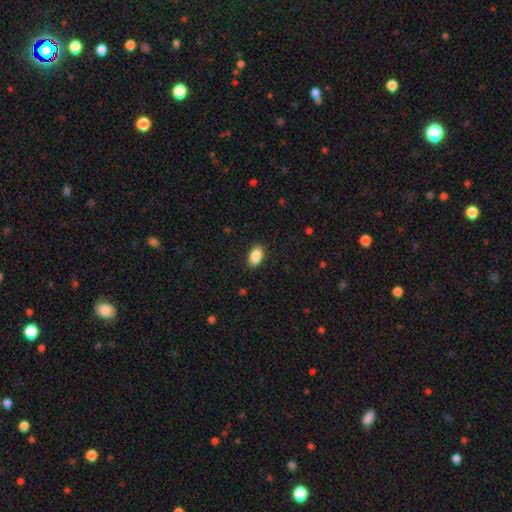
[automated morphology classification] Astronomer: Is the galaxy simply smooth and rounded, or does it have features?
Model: smooth — 89%.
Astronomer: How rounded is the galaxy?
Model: in between — 91%.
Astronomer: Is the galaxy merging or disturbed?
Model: none — 88%.